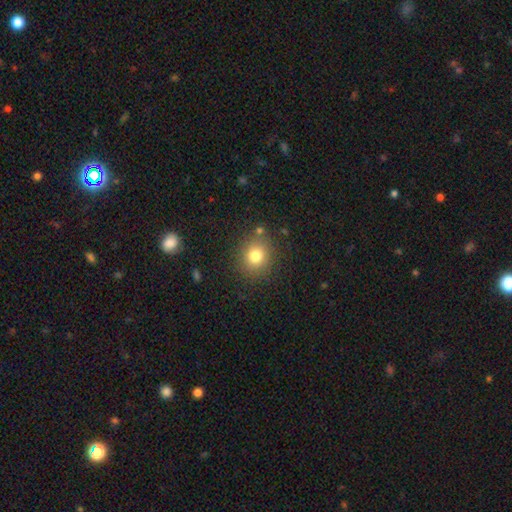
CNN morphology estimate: This is likely a smooth galaxy (78%). How rounded: clearly round (82%). Merging: clearly none (84%).